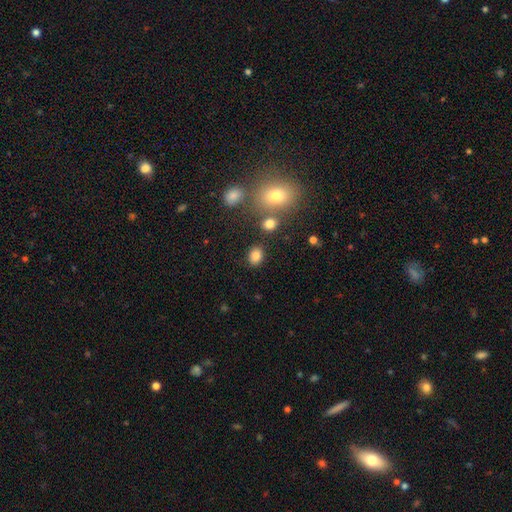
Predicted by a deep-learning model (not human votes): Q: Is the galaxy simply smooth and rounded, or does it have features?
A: smooth — 83%.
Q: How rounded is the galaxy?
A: in between — 53%.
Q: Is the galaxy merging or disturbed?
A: none — 82%.